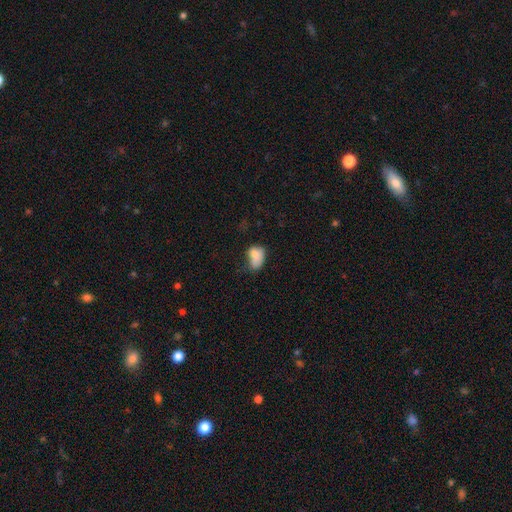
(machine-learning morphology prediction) Smooth or featured: smooth — 76% (featured or disk — 14%)
How rounded: in between — 78% (round — 21%)
Merging: minor disturbance — 33% (none — 29%)